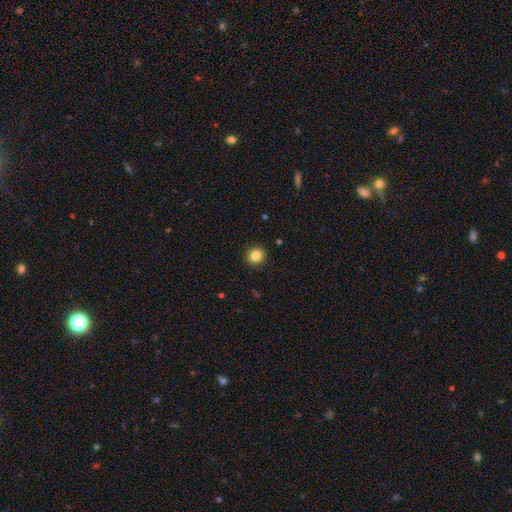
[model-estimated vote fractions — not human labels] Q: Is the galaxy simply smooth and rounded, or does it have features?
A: smooth — 85%.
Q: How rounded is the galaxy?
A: round — 85%.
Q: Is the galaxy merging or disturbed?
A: none — 91%.